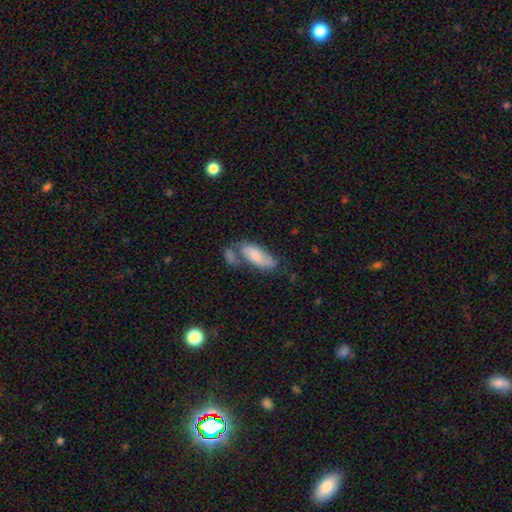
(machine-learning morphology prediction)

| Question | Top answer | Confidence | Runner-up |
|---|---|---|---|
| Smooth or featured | smooth | 65% | featured or disk (28%) |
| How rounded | in between | 77% | cigar-shaped (20%) |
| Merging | none | 39% | merger (32%) |